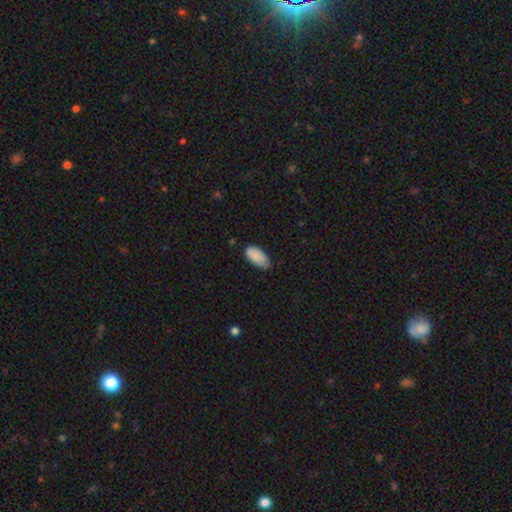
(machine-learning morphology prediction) A smooth galaxy with no disk features (88%) that is in between round and cigar-shaped (94%).

Vote fractions:
- Smooth or featured? smooth: 88% / star or artifact: 7% / featured or disk: 5%
- How rounded? in between: 94% / cigar-shaped: 4% / round: 2%
- Merging? none: 63% / minor disturbance: 31% / major disturbance: 4% / merger: 1%